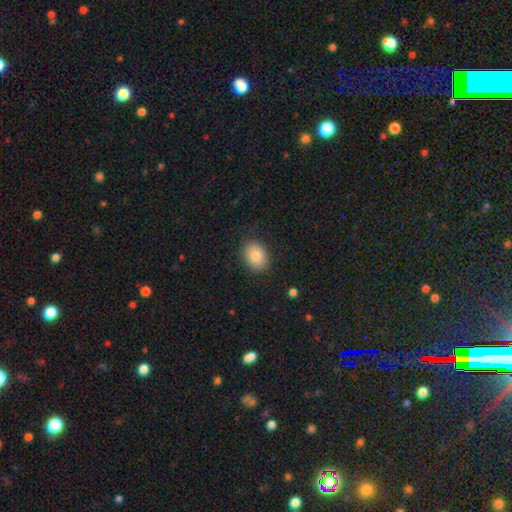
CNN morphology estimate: type=smooth (83%); roundness=in between (66%); merging=none (86%).